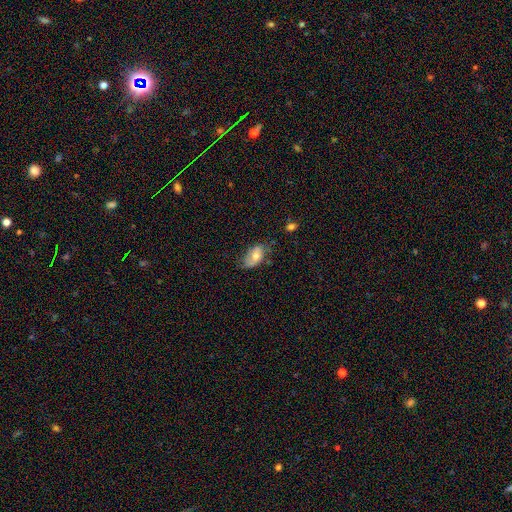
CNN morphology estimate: Overall: smooth (57%; featured or disk 36%). How rounded: in between (91%). Merging: none (55%; minor disturbance 33%).